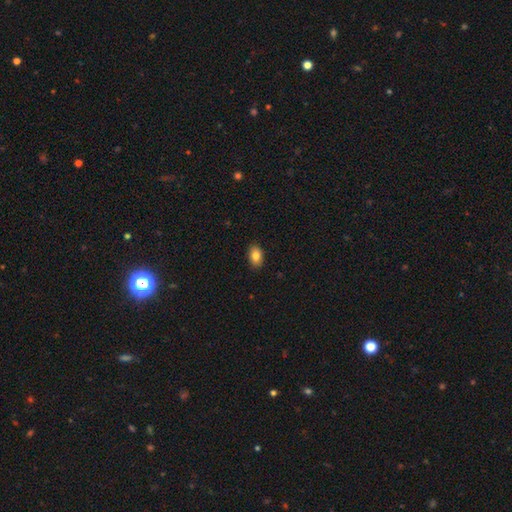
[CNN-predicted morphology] A smooth galaxy with no disk features (84%) that is in between round and cigar-shaped (85%).

Vote fractions:
- Smooth or featured? smooth: 84% / star or artifact: 8% / featured or disk: 8%
- How rounded? in between: 85% / round: 14% / cigar-shaped: 1%
- Merging? none: 89% / minor disturbance: 8% / major disturbance: 2% / merger: 1%